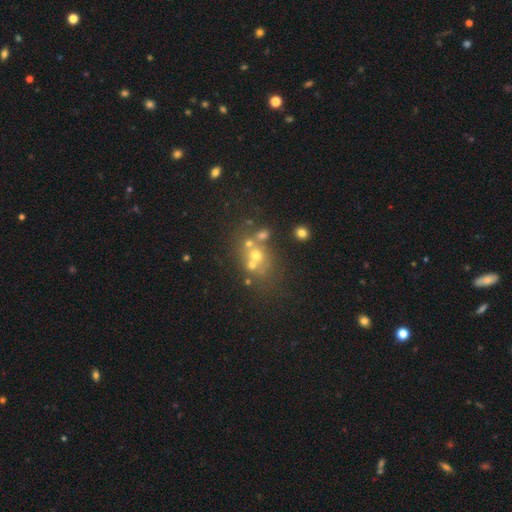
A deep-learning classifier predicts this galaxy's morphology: The model was most divided on "merging": none: 44%, merger: 38%, minor disturbance: 10%, major disturbance: 8%. Remaining: smooth or featured — smooth (45%).